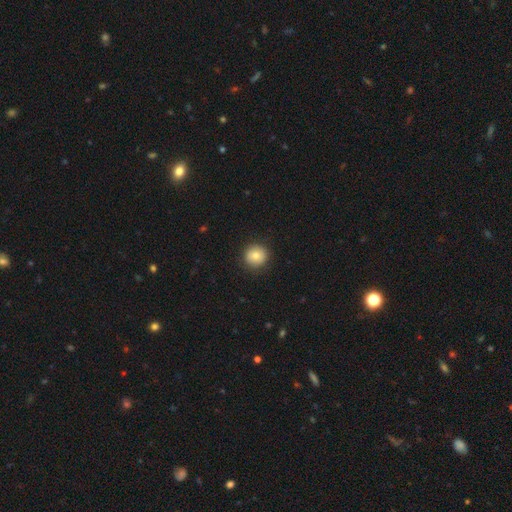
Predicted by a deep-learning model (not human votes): This appears to be a smooth galaxy with no disk features (79%) that is round (93%). Merging: none (89%).